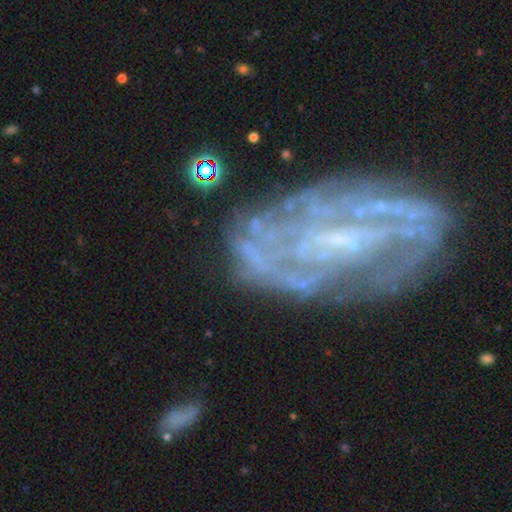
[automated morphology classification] Smooth or featured? Predicted: featured or disk (p=0.69). Edge-on disk? Predicted: no (p=0.95). Bar? Predicted: no (p=0.62). Spiral arms? Predicted: no (p=0.52). Bulge size? Predicted: none (p=0.47). Merging? Predicted: none (p=0.47).